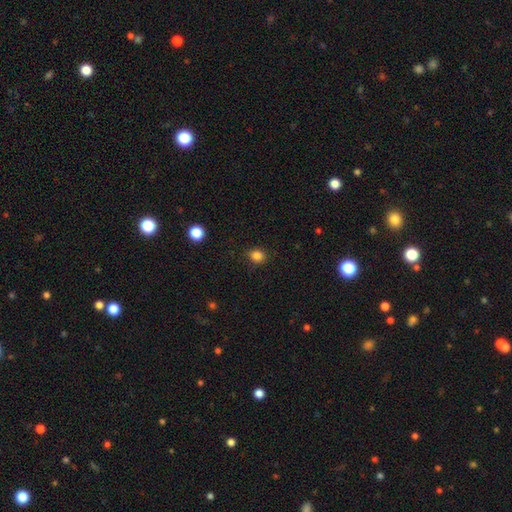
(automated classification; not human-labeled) A smooth galaxy with no disk features (84%) that is round (73%).

Vote fractions:
- Smooth or featured? smooth: 84% / star or artifact: 12% / featured or disk: 4%
- How rounded? round: 73% / in between: 26% / cigar-shaped: 1%
- Merging? none: 87% / minor disturbance: 10% / major disturbance: 3% / merger: 1%